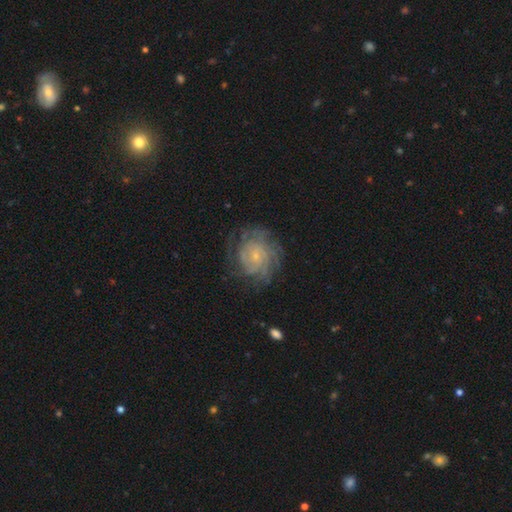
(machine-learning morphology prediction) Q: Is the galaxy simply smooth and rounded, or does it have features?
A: featured or disk — 76%.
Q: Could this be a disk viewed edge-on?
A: no — 97%.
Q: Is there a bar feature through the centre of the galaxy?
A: no — 73%.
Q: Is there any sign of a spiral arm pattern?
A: yes — 92%.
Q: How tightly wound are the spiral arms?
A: tight — 70%.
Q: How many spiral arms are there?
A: can't tell — 44%.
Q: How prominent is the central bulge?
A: small — 80%.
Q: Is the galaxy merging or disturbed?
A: none — 73%.